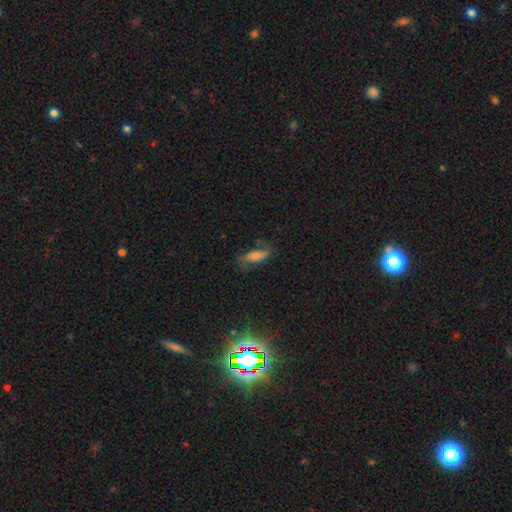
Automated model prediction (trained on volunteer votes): Smooth or featured?
  - smooth: 49% *
  - featured or disk: 41%
  - star or artifact: 10%
Merging?
  - none: 61% *
  - minor disturbance: 24%
  - major disturbance: 13%
  - merger: 3%